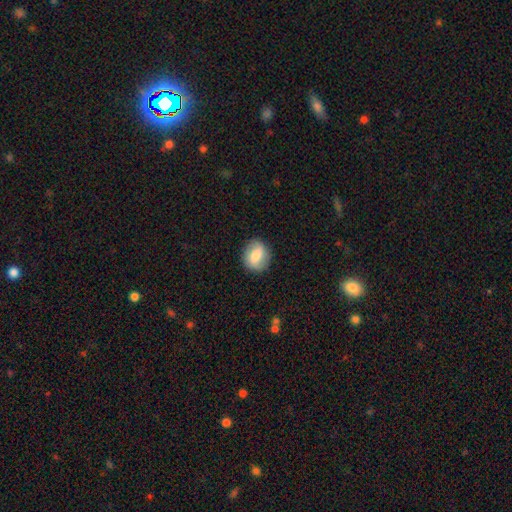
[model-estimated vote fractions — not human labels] Smooth or featured? Predicted: smooth (p=0.65). How rounded? Predicted: round (p=0.68). Merging? Predicted: none (p=0.86).